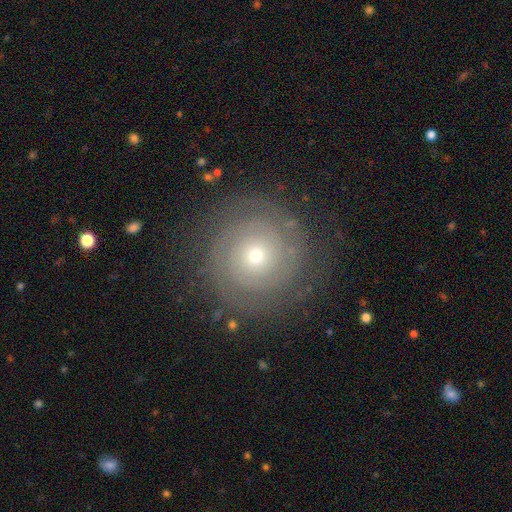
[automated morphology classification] A featured or disk galaxy (76%) with no bar (82%), 2 (65%) tight (81%) spiral arms (92%) and a small central bulge (57%).

Vote fractions:
- Smooth or featured? featured or disk: 76% / smooth: 15% / star or artifact: 9%
- Edge-on disk? no: 98% / yes: 2%
- Bar? no: 82% / weak: 14% / strong: 4%
- Spiral arms? yes: 92% / no: 8%
- Spiral winding? tight: 81% / medium: 15% / loose: 4%
- Spiral arm count? 2: 65% / can't tell: 16% / 3: 8% / 1: 4% / 4: 4% / more than 4: 3%
- Bulge size? small: 57% / moderate: 38% / large: 3% / dominant: 1% / none: 1%
- Merging? none: 83% / minor disturbance: 10% / major disturbance: 6% / merger: 1%